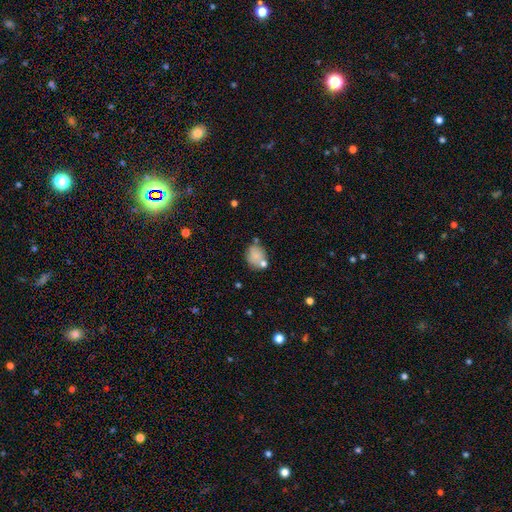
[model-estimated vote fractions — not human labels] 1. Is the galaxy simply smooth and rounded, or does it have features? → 75% smooth, 15% featured or disk, 10% star or artifact.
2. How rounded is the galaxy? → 56% round, 42% in between, 1% cigar-shaped.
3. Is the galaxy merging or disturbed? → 55% none, 19% merger, 19% minor disturbance, 7% major disturbance.